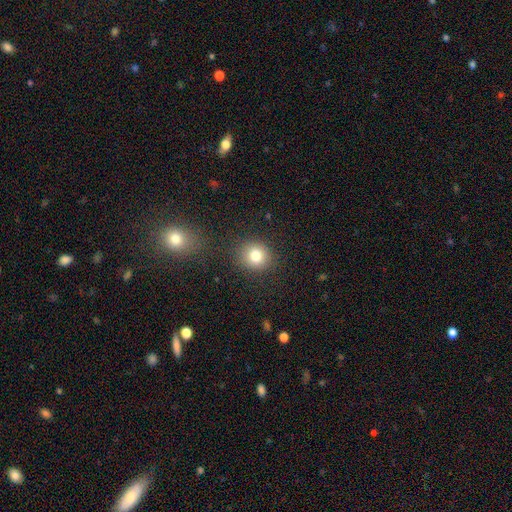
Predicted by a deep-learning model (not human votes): The model was most divided on "smooth or featured": smooth: 80%, star or artifact: 12%, featured or disk: 8%. More confident: merging — none (86%); how rounded — round (86%).